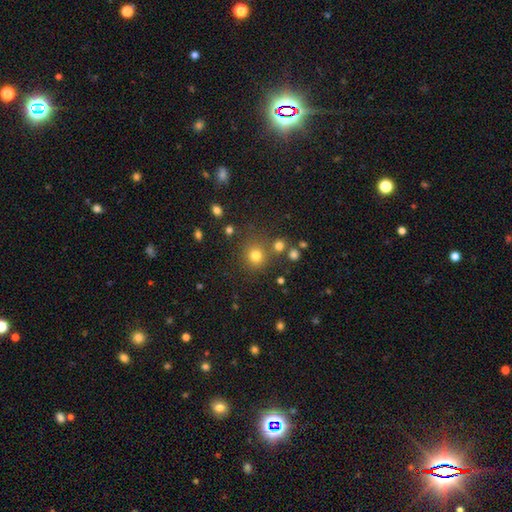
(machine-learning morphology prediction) smooth 77%, star or artifact 17%, featured or disk 7%. Down the decision tree: how rounded — round (89%); merging — none (76%).